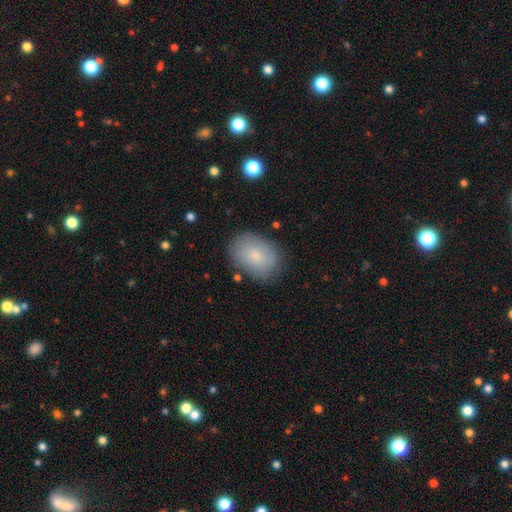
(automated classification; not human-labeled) A smooth galaxy with no disk features (80%) that is in between round and cigar-shaped (75%).

Vote fractions:
- Smooth or featured? smooth: 80% / featured or disk: 12% / star or artifact: 8%
- How rounded? in between: 75% / round: 24% / cigar-shaped: 1%
- Merging? none: 81% / minor disturbance: 14% / major disturbance: 4% / merger: 2%